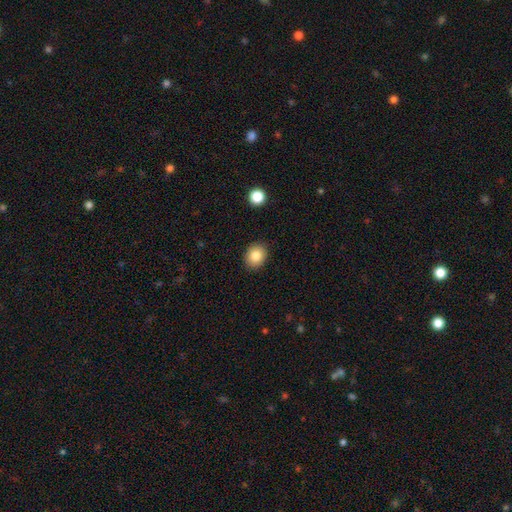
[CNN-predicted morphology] smooth-or-featured: smooth: 83% | star or artifact: 9% | featured or disk: 7%
  how-rounded: round: 57% | in between: 42% | cigar-shaped: 1%
  merging: none: 89% | minor disturbance: 8% | major disturbance: 2% | merger: 1%